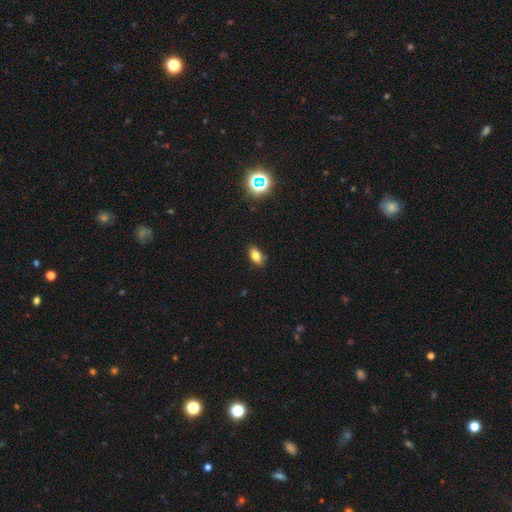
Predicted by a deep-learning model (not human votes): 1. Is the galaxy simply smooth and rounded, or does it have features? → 80% smooth, 12% star or artifact, 9% featured or disk.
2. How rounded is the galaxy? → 88% in between, 8% round, 4% cigar-shaped.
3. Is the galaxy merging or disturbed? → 85% none, 12% minor disturbance, 2% major disturbance, 1% merger.